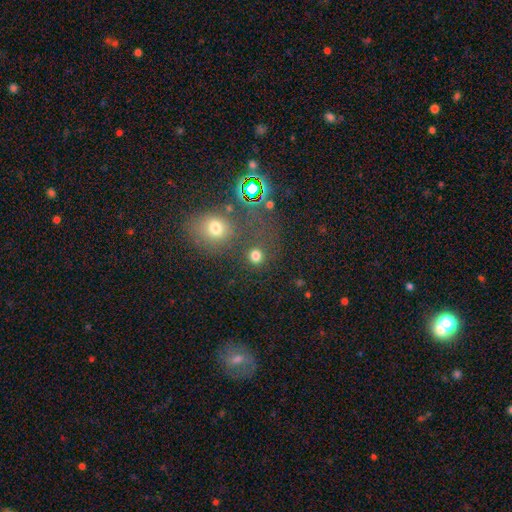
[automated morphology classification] A smooth galaxy with no disk features (74%) that is round (88%). Merging: none (76%).